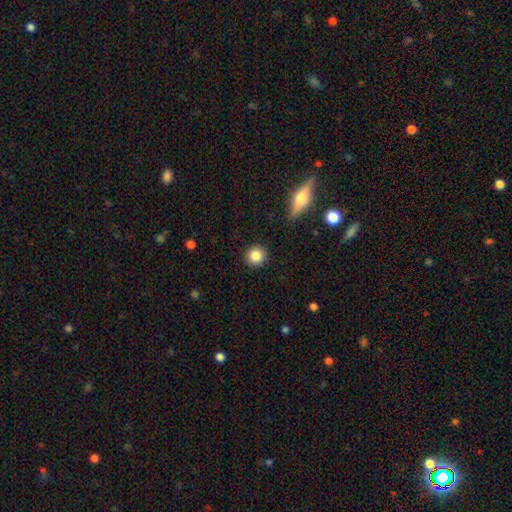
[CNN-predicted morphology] smooth_or_featured: smooth (p=0.86) [alt: star or artifact p=0.09]
how_rounded: round (p=0.93) [alt: in between p=0.05]
merging: none (p=0.90) [alt: minor disturbance p=0.06]